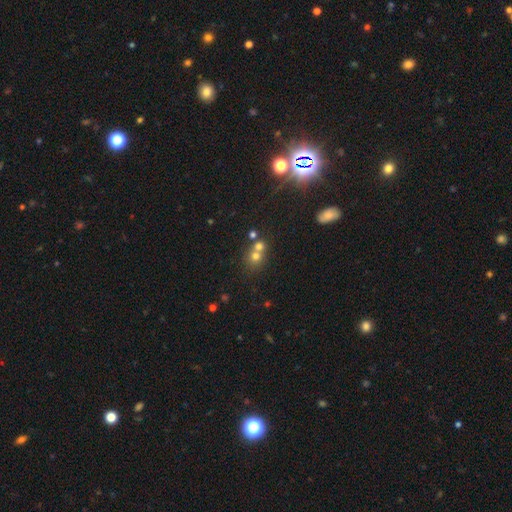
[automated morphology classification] smooth-or-featured: smooth: 67% | star or artifact: 19% | featured or disk: 14%
  how-rounded: round: 82% | in between: 17% | cigar-shaped: 1%
  merging: merger: 49% | none: 41% | minor disturbance: 6% | major disturbance: 3%